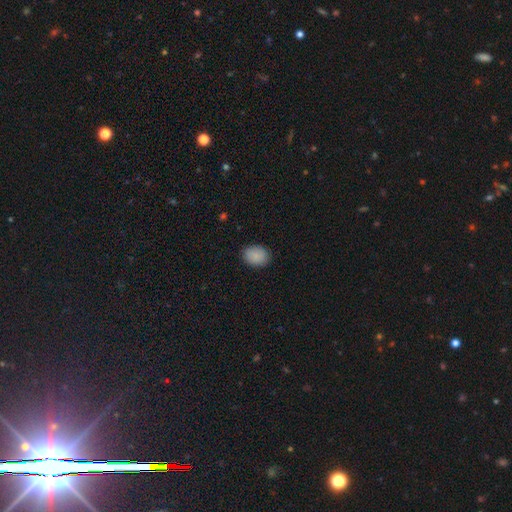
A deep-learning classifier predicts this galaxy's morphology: Q: Smooth or featured?
A: smooth (89%); runner-up: star or artifact (8%)
Q: How rounded?
A: in between (60%); runner-up: round (39%)
Q: Merging?
A: none (87%); runner-up: minor disturbance (10%)